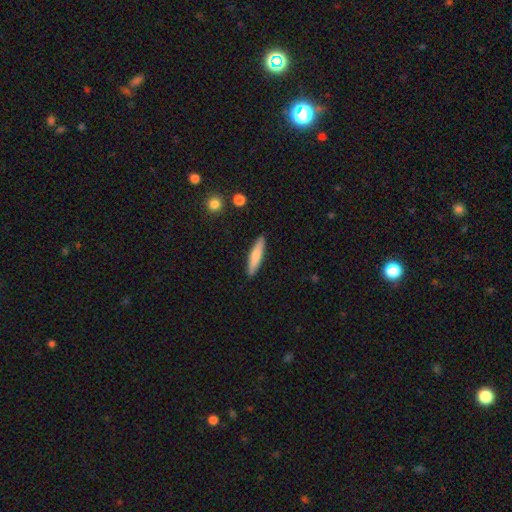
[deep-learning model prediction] Overall: smooth (73%). How rounded: cigar-shaped (83%). Merging: none (89%).